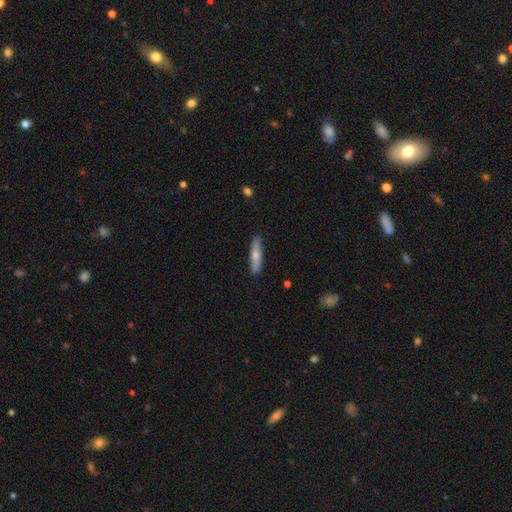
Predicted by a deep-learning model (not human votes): This appears to be a smooth galaxy with no disk features (67%) that is cigar-shaped (85%). Merging: none (88%).